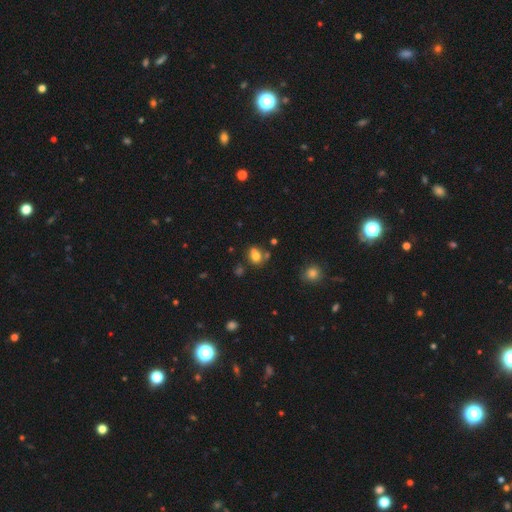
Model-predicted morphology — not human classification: smooth-or-featured: smooth: 73% | star or artifact: 14% | featured or disk: 12%
  how-rounded: round: 58% | in between: 40% | cigar-shaped: 1%
  merging: none: 53% | merger: 25% | minor disturbance: 16% | major disturbance: 6%